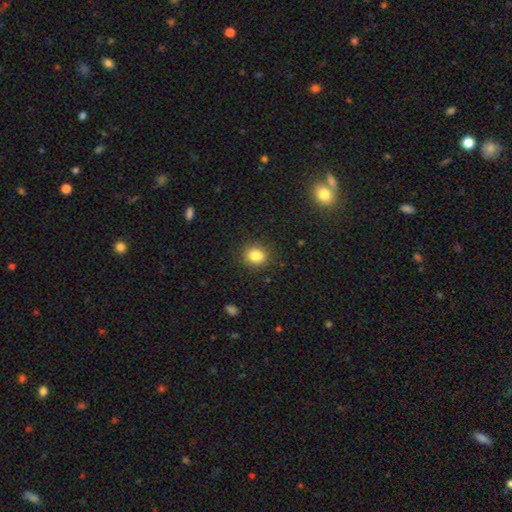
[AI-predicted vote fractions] Q: Smooth or featured?
A: smooth (84%); runner-up: star or artifact (11%)
Q: How rounded?
A: round (54%); runner-up: in between (44%)
Q: Merging?
A: none (86%); runner-up: minor disturbance (9%)